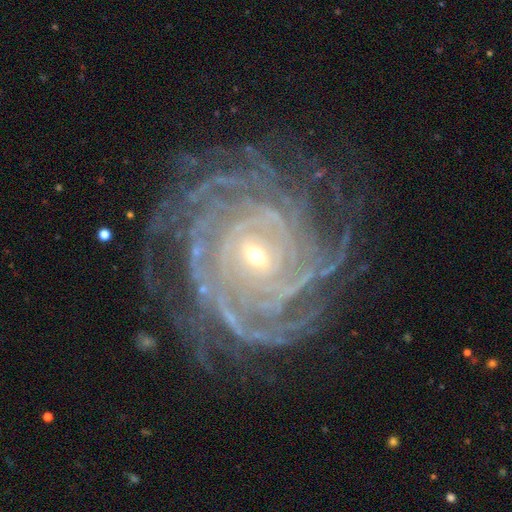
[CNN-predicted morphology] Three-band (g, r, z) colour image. It shows a featured or disk galaxy (92%) with no bar (53%), more than 4 (34%) tight (85%) spiral arms (98%) and a small central bulge (70%). Merging: none (77%).